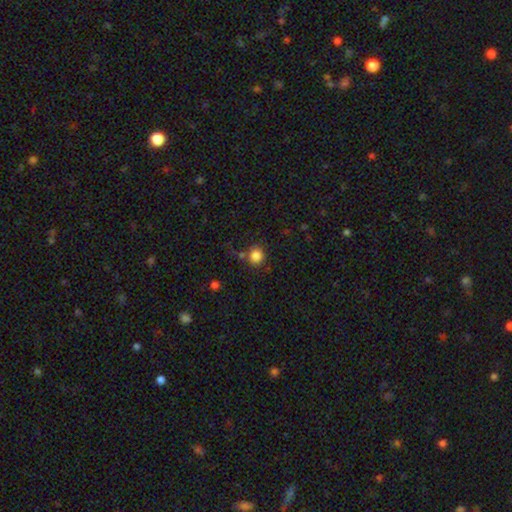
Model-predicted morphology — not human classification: smooth 84%, star or artifact 11%, featured or disk 5%. Down the decision tree: how rounded — round (88%); merging — none (75%).